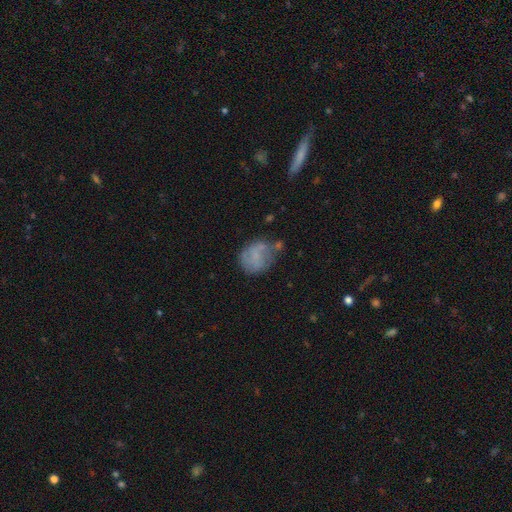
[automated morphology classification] Smooth or featured: smooth — 57% (featured or disk — 33%)
How rounded: round — 57% (in between — 42%)
Merging: none — 47% (minor disturbance — 28%)